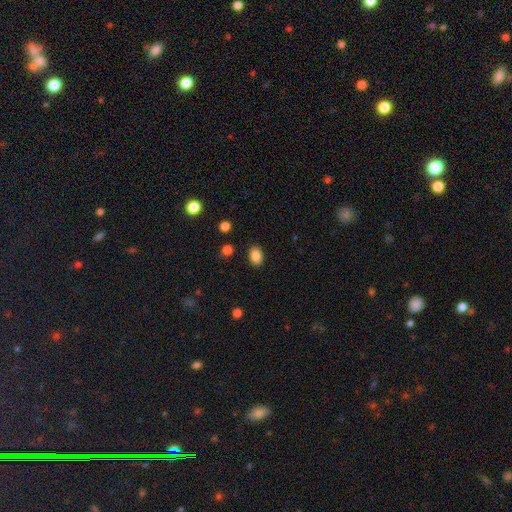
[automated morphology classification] A smooth galaxy with no disk features (86%) that is in between round and cigar-shaped (82%).

Vote fractions:
- Smooth or featured? smooth: 86% / star or artifact: 9% / featured or disk: 4%
- How rounded? in between: 82% / round: 17% / cigar-shaped: 1%
- Merging? none: 88% / minor disturbance: 8% / major disturbance: 2% / merger: 1%